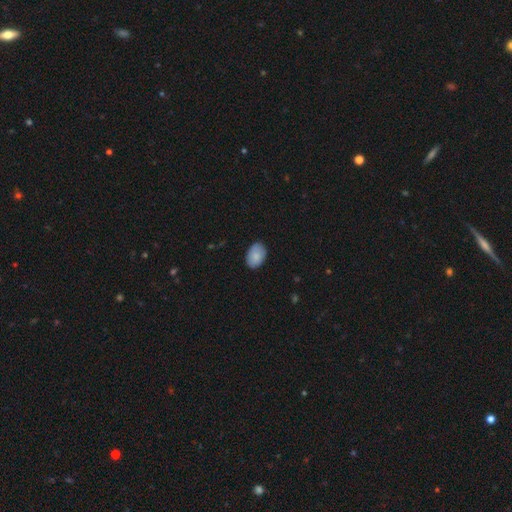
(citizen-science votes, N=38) smooth 87%, featured or disk 8%, star or artifact 5%. Down the decision tree: how rounded — in between (85%); merging — none (78%).